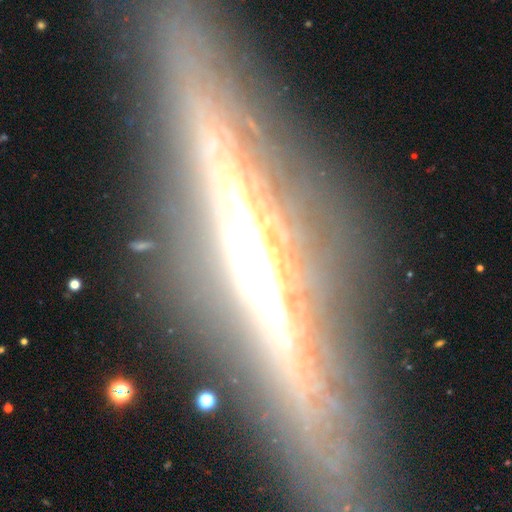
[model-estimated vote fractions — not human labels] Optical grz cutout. It shows a featured or disk galaxy (84%) viewed edge-on (94%) with a rounded central bulge (64%). Merging: none (85%).